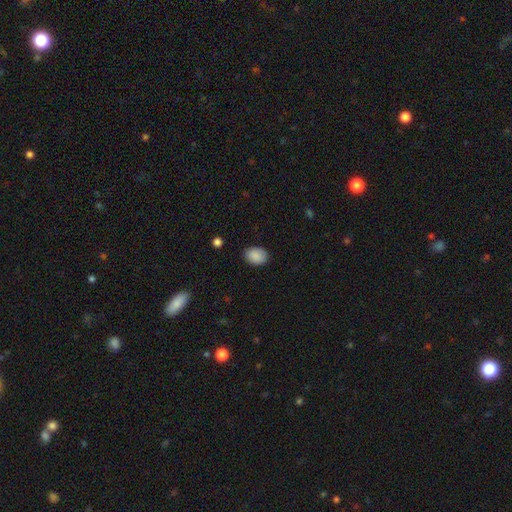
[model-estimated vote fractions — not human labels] Smooth or featured?
  - smooth: 89% *
  - star or artifact: 7%
  - featured or disk: 4%
How rounded?
  - in between: 76% *
  - round: 23%
  - cigar-shaped: 1%
Merging?
  - none: 85% *
  - minor disturbance: 12%
  - major disturbance: 3%
  - merger: 1%